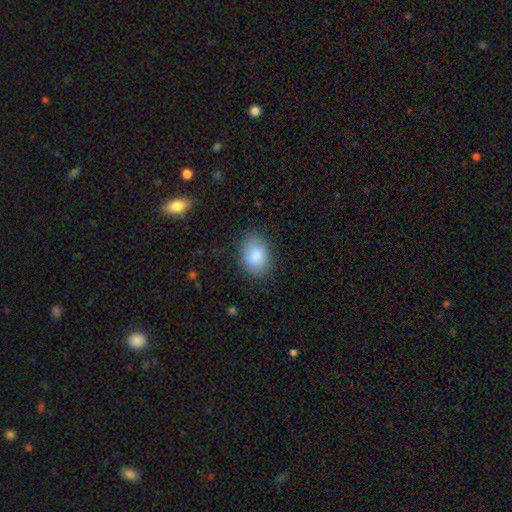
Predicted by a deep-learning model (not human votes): smooth 87%, star or artifact 7%, featured or disk 6%. Down the decision tree: how rounded — in between (76%); merging — none (81%).